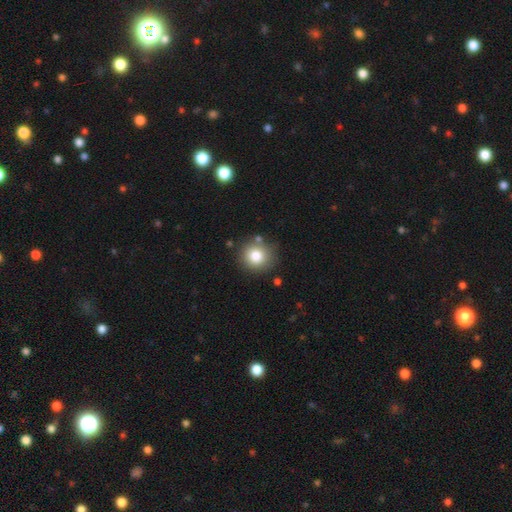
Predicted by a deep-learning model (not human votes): The model was most divided on "smooth or featured": smooth: 80%, star or artifact: 11%, featured or disk: 9%. More confident: how rounded — round (88%); merging — none (83%).